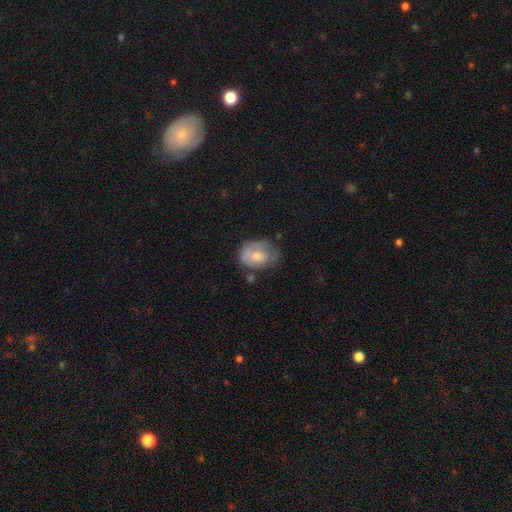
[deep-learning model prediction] smooth-or-featured: smooth: 57% | featured or disk: 36% | star or artifact: 7%
  how-rounded: in between: 69% | round: 30% | cigar-shaped: 1%
  merging: none: 45% | minor disturbance: 32% | major disturbance: 17% | merger: 6%